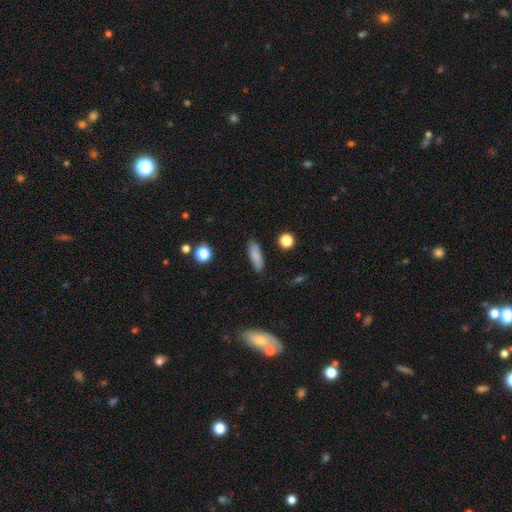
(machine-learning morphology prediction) smooth_or_featured: smooth (p=0.82) [alt: featured or disk p=0.09]
how_rounded: in between (p=0.51) [alt: cigar-shaped p=0.46]
merging: none (p=0.83) [alt: minor disturbance p=0.12]